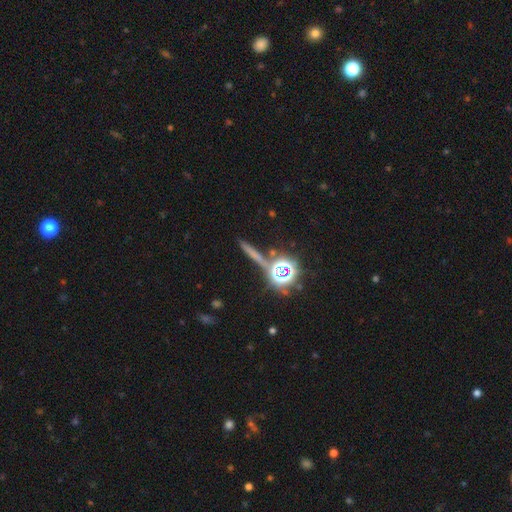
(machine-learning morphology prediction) Smooth or featured: star or artifact — 46% (smooth — 35%)